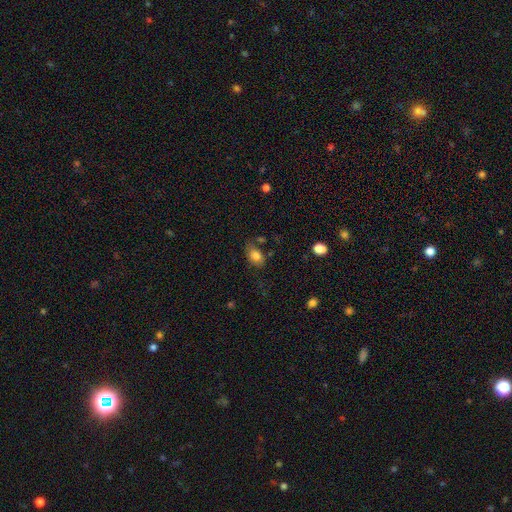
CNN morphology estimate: smooth_or_featured: smooth (p=0.81) [alt: featured or disk p=0.10]
how_rounded: in between (p=0.84) [alt: round p=0.14]
merging: none (p=0.64) [alt: minor disturbance p=0.23]